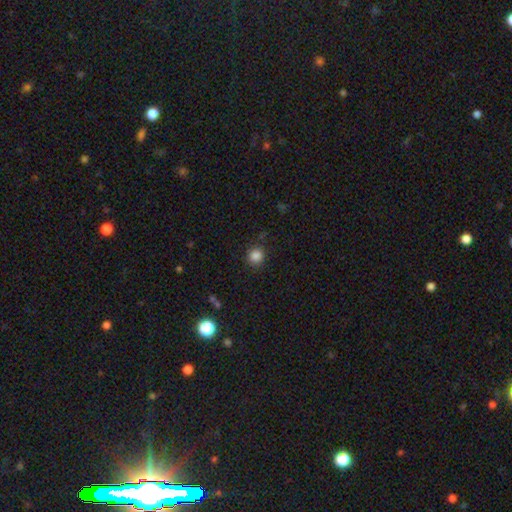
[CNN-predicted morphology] smooth 85%, star or artifact 12%, featured or disk 3%. Down the decision tree: how rounded — round (89%); merging — none (85%).